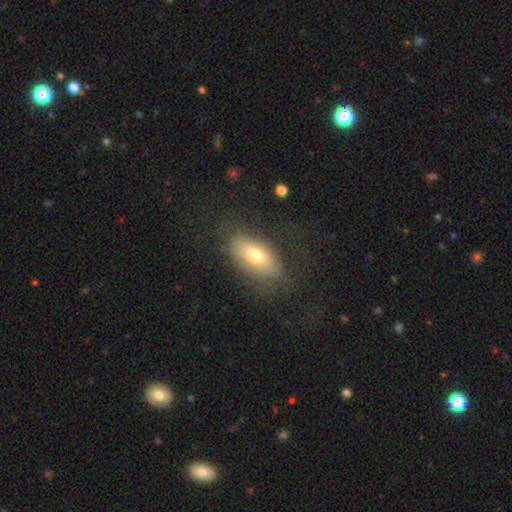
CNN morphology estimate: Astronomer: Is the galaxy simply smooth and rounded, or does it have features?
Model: smooth — 64%.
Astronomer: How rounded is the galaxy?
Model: in between — 90%.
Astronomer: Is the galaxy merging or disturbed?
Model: none — 66%.